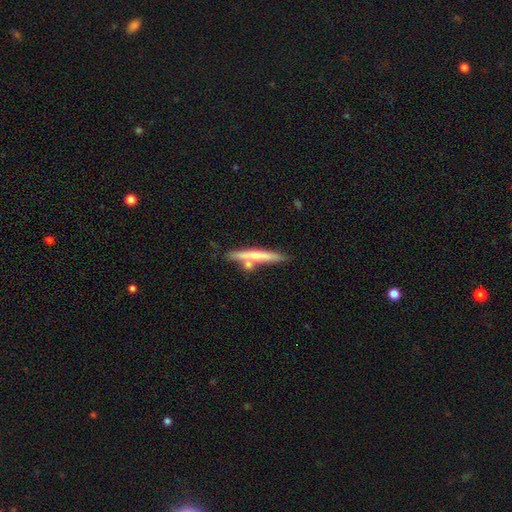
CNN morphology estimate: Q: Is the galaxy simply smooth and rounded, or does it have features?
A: smooth — 48%.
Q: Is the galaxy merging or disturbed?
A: none — 69%.